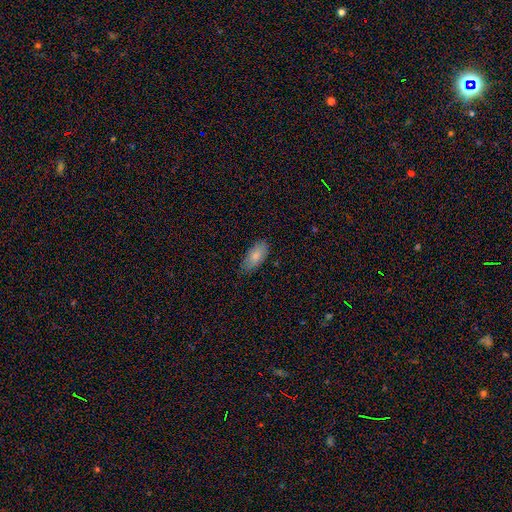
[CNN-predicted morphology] Smooth or featured: smooth — 83% (featured or disk — 11%)
How rounded: in between — 90% (cigar-shaped — 7%)
Merging: none — 78% (minor disturbance — 18%)